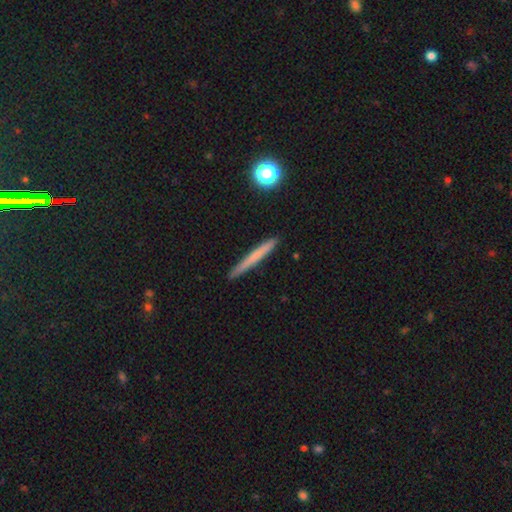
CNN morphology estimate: Smooth or featured? smooth (59%)
How rounded? cigar-shaped (96%)
Merging? none (90%)